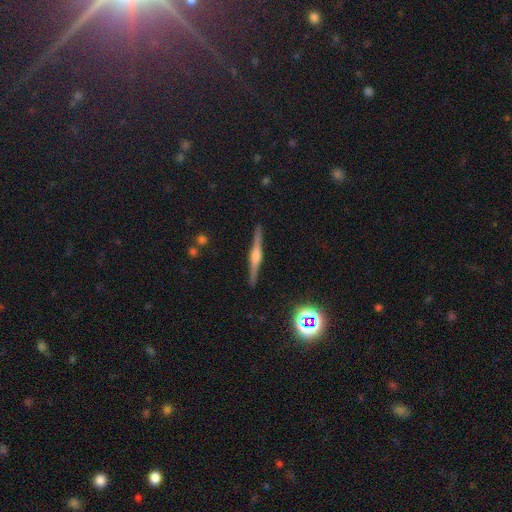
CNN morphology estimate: Smooth or featured? Predicted: featured or disk (p=0.79). Edge-on disk? Predicted: yes (p=0.98). Edge-on bulge? Predicted: rounded (p=0.83). Merging? Predicted: none (p=0.92).